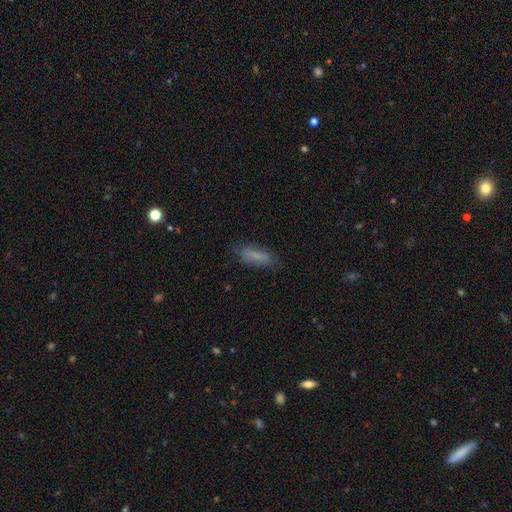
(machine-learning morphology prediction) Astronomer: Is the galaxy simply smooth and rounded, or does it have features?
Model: smooth — 76%.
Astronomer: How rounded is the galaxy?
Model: in between — 52% (runner-up: cigar-shaped, 46%).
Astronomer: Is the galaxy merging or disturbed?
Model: none — 75%.